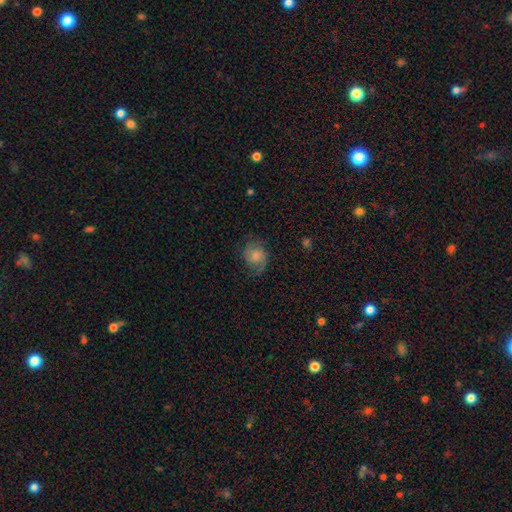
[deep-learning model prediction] smooth 50%, featured or disk 41%, star or artifact 9%. Down the decision tree: how rounded — round (64%); merging — none (60%).